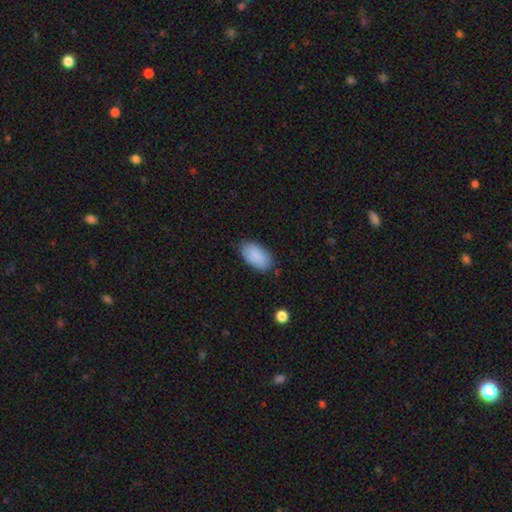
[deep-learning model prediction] Smooth or featured: smooth — 88% (featured or disk — 6%)
How rounded: in between — 95% (round — 3%)
Merging: none — 81% (minor disturbance — 15%)